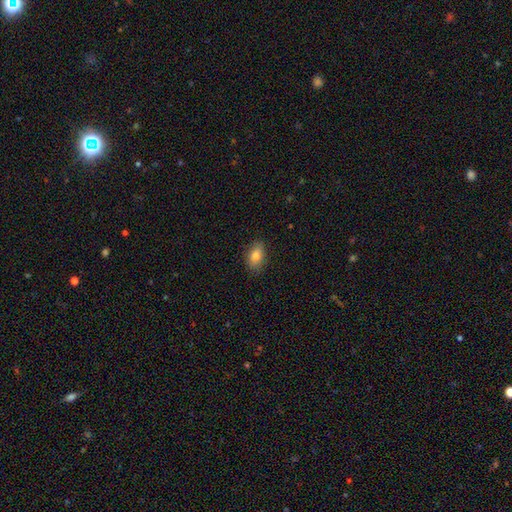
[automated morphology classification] This appears to be a smooth galaxy with no disk features (79%) that is in between round and cigar-shaped (86%). Merging: none (83%).